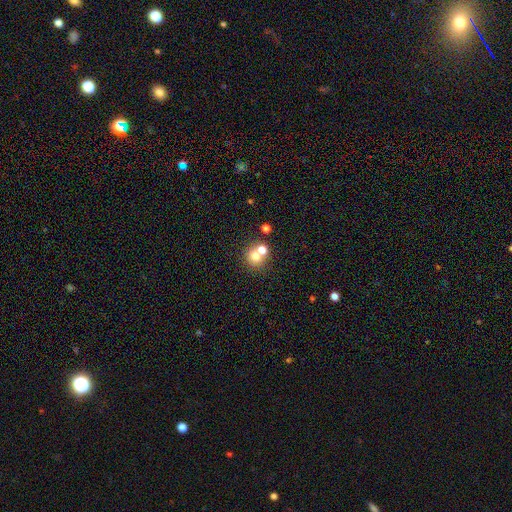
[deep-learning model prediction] smooth-or-featured: smooth: 71% | featured or disk: 15% | star or artifact: 14%
  how-rounded: round: 85% | in between: 14% | cigar-shaped: 1%
  merging: none: 50% | merger: 41% | minor disturbance: 6% | major disturbance: 3%